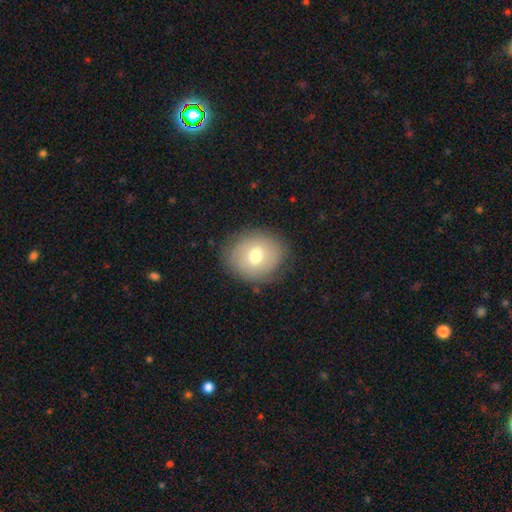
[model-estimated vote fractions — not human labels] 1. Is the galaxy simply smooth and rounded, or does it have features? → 68% smooth, 23% featured or disk, 9% star or artifact.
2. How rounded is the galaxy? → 73% round, 26% in between, 1% cigar-shaped.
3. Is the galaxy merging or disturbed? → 81% none, 13% minor disturbance, 5% major disturbance, 1% merger.